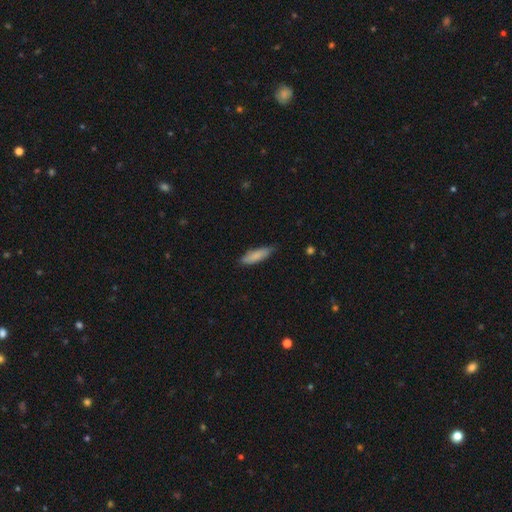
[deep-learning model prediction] smooth_or_featured: smooth (p=0.83) [alt: featured or disk p=0.11]
how_rounded: cigar-shaped (p=0.51) [alt: in between p=0.48]
merging: none (p=0.74) [alt: minor disturbance p=0.21]